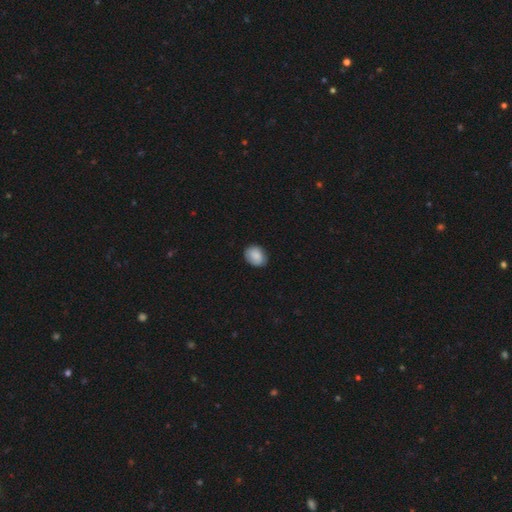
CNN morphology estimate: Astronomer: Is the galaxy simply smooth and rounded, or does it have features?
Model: smooth — 82%.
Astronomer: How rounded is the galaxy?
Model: in between — 52% (runner-up: round, 47%).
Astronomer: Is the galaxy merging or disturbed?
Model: none — 80%.